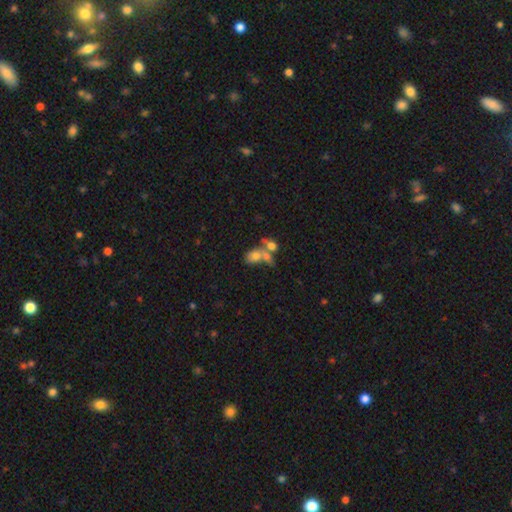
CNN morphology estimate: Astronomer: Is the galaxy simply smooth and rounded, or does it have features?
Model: smooth — 66%.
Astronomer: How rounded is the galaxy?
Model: in between — 72%.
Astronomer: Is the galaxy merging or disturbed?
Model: merger — 61%.